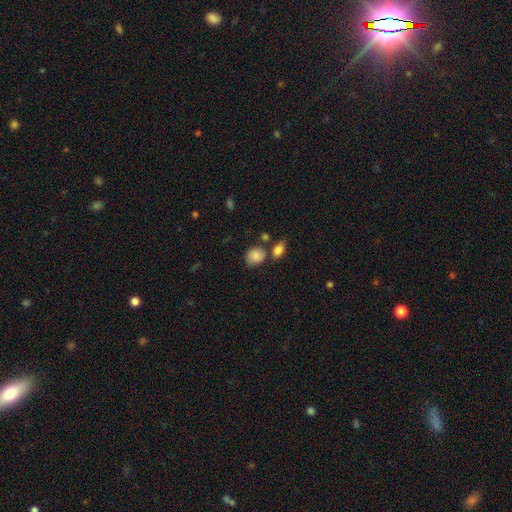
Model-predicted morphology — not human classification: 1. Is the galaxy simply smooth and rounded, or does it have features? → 85% smooth, 8% star or artifact, 7% featured or disk.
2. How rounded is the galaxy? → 62% round, 36% in between, 1% cigar-shaped.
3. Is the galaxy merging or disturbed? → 61% none, 19% minor disturbance, 15% merger, 5% major disturbance.